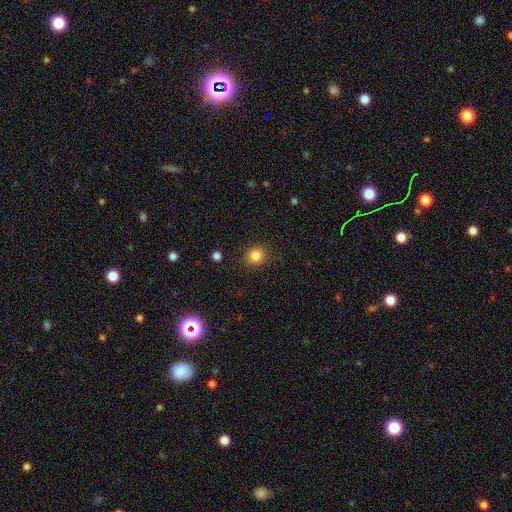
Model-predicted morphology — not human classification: This is clearly a smooth galaxy (84%). How rounded: clearly round (89%). Merging: clearly none (88%).